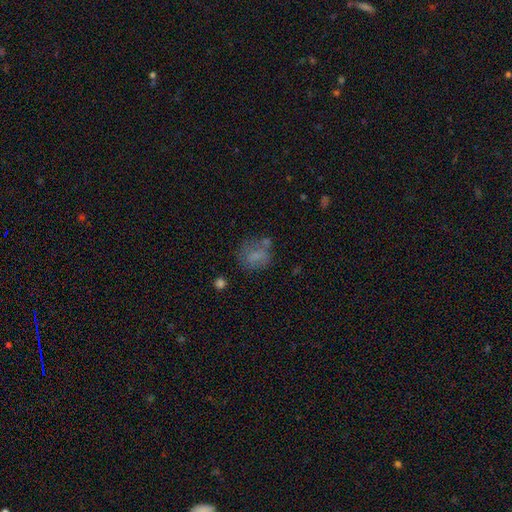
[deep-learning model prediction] A smooth galaxy with no disk features (66%) that is round (53%). Merging: none (50%).